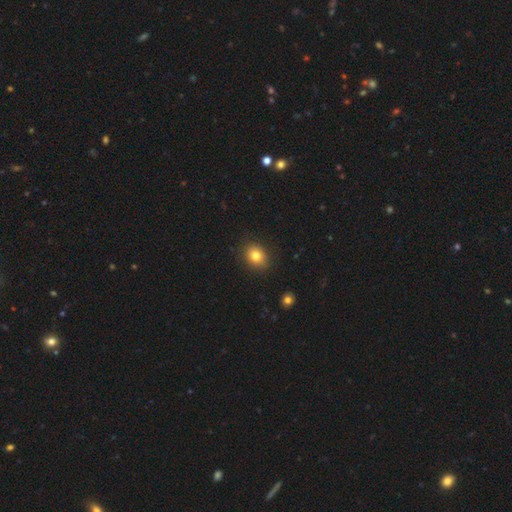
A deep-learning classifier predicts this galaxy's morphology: Overall: smooth (81%). How rounded: round (57%; in between 42%). Merging: none (86%).